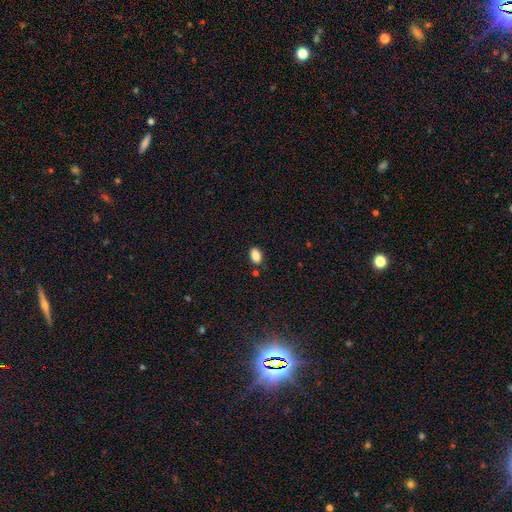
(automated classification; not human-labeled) Overall: smooth (86%). How rounded: in between (87%). Merging: none (83%).